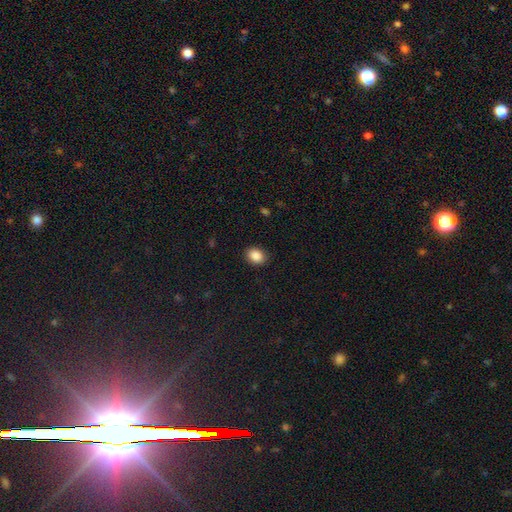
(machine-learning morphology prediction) Smooth or featured?
  - smooth: 88% *
  - star or artifact: 9%
  - featured or disk: 4%
How rounded?
  - in between: 57% *
  - round: 42%
  - cigar-shaped: 1%
Merging?
  - none: 89% *
  - minor disturbance: 8%
  - major disturbance: 2%
  - merger: 1%